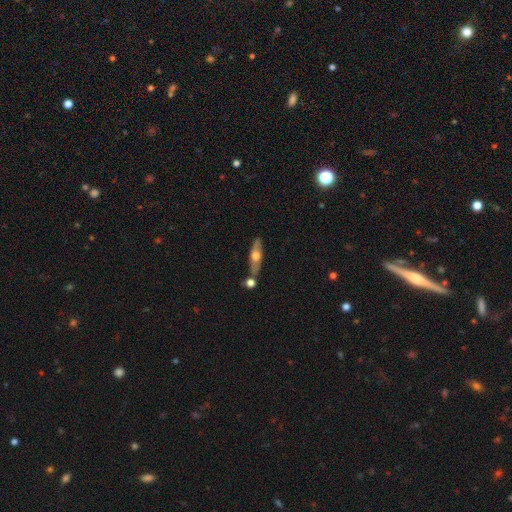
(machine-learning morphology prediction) smooth_or_featured: featured or disk (p=0.51) [alt: smooth p=0.43]
disk_edge_on: yes (p=0.71) [alt: no p=0.29]
merging: none (p=0.71) [alt: merger p=0.13]